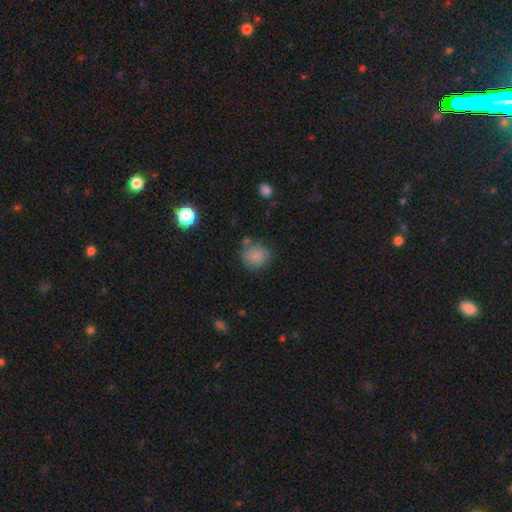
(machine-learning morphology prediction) Q: Smooth or featured?
A: smooth (84%); runner-up: star or artifact (10%)
Q: How rounded?
A: round (78%); runner-up: in between (21%)
Q: Merging?
A: none (71%); runner-up: minor disturbance (16%)